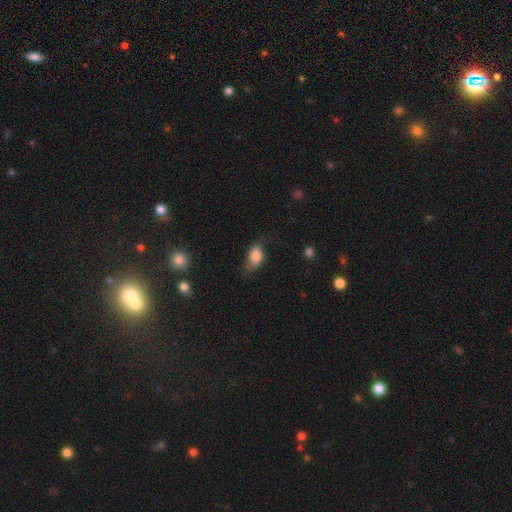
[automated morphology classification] Smooth or featured: smooth — 78% (featured or disk — 14%)
How rounded: in between — 88% (round — 9%)
Merging: none — 49% (minor disturbance — 32%)